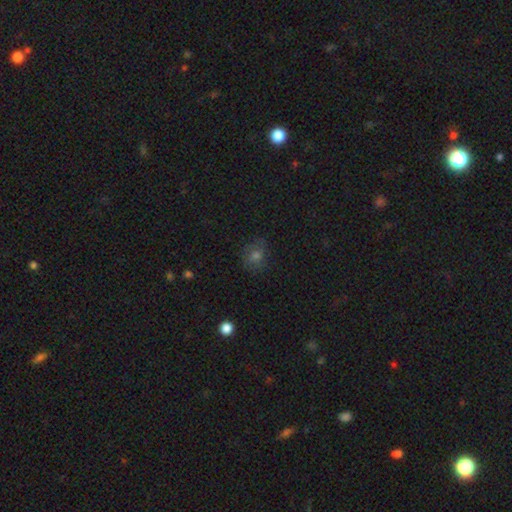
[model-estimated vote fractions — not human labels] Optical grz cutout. It shows a smooth galaxy with no disk features (65%) that is round (68%). Merging: none (74%).